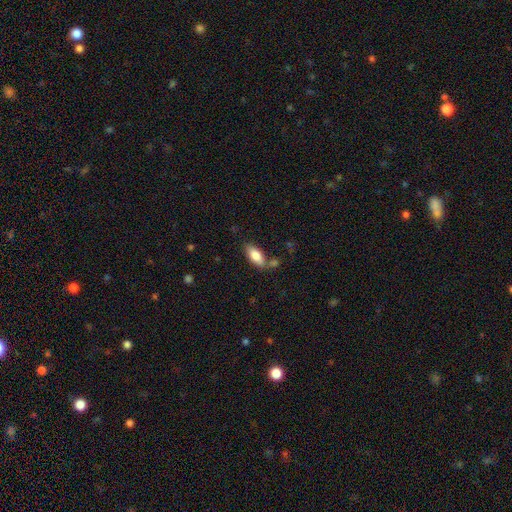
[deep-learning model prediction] Smooth or featured?
  - smooth: 81% *
  - featured or disk: 13%
  - star or artifact: 7%
How rounded?
  - in between: 85% *
  - cigar-shaped: 13%
  - round: 2%
Merging?
  - none: 68% *
  - minor disturbance: 17%
  - merger: 11%
  - major disturbance: 4%